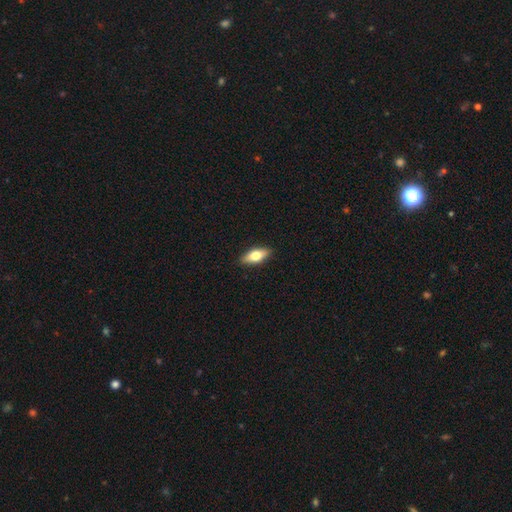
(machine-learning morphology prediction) This is likely a smooth galaxy (64%). How rounded: likely in between (77%). Merging: clearly none (89%).